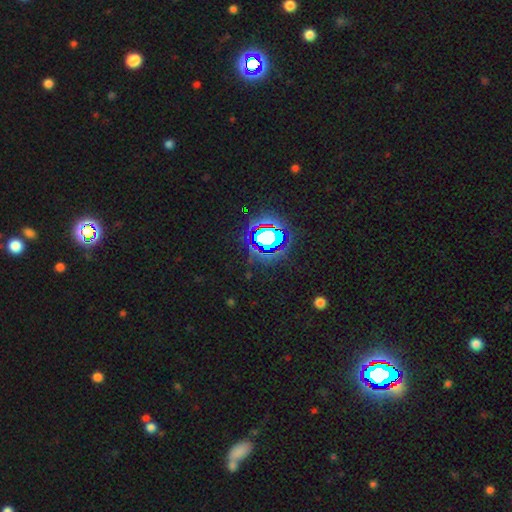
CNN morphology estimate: Smooth or featured?
  - star or artifact: 83% *
  - smooth: 10%
  - featured or disk: 7%